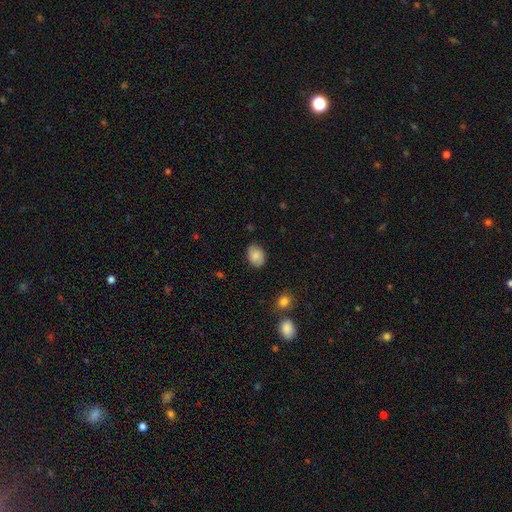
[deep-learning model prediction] A smooth galaxy with no disk features (83%) that is in between round and cigar-shaped (72%). Merging: none (83%).